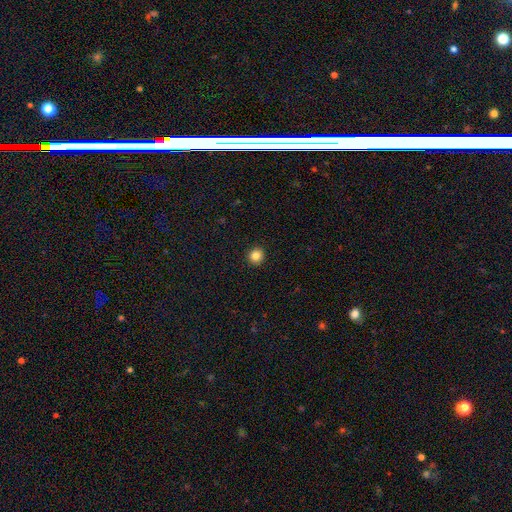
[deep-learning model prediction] Smooth or featured?
  - smooth: 84% *
  - star or artifact: 11%
  - featured or disk: 4%
How rounded?
  - round: 93% *
  - in between: 6%
  - cigar-shaped: 1%
Merging?
  - none: 93% *
  - minor disturbance: 4%
  - major disturbance: 1%
  - merger: 1%